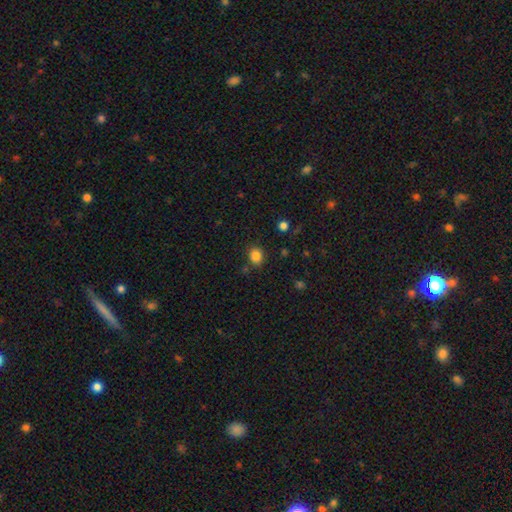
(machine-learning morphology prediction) Overall: smooth (85%). How rounded: round (60%; in between 39%). Merging: none (80%).